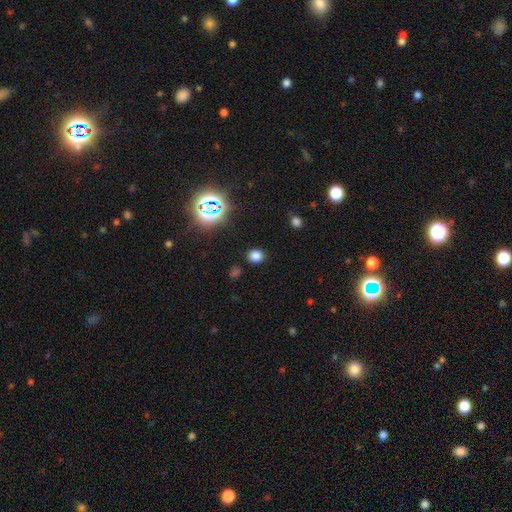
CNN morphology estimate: Smooth or featured? smooth (74%)
How rounded? round (70%)
Merging? none (87%)